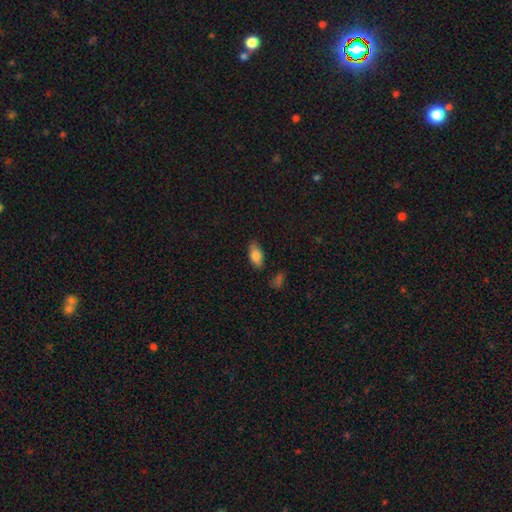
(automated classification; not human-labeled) This is clearly a smooth galaxy (83%). How rounded: clearly in between (90%). Merging: clearly none (81%).